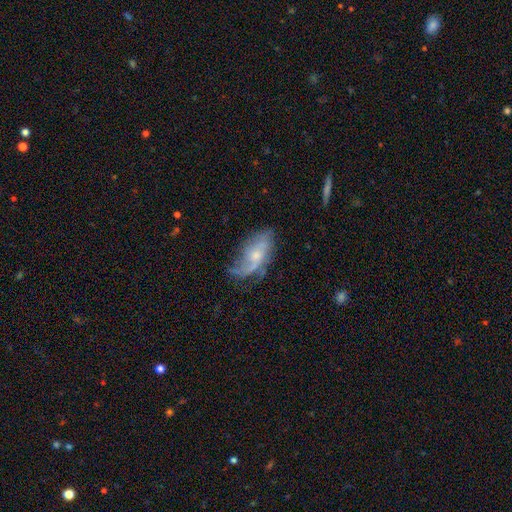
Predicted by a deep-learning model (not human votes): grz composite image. It shows a featured or disk galaxy (65%) with no bar (71%), spiral arms (77%) and a small central bulge (59%). Merging: none (44%).